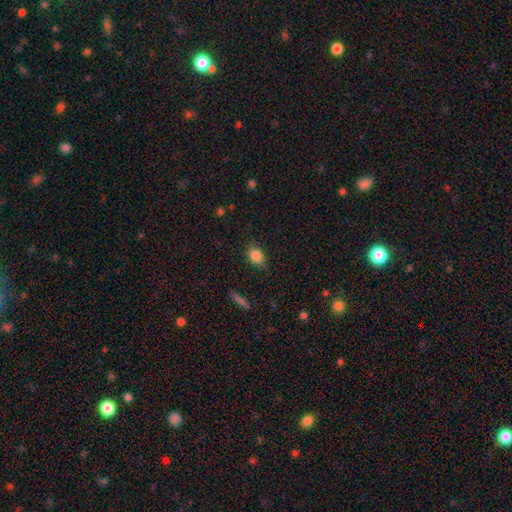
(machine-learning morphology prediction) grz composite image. It shows a smooth galaxy with no disk features (84%) that is in between round and cigar-shaped (78%). Merging: none (82%).